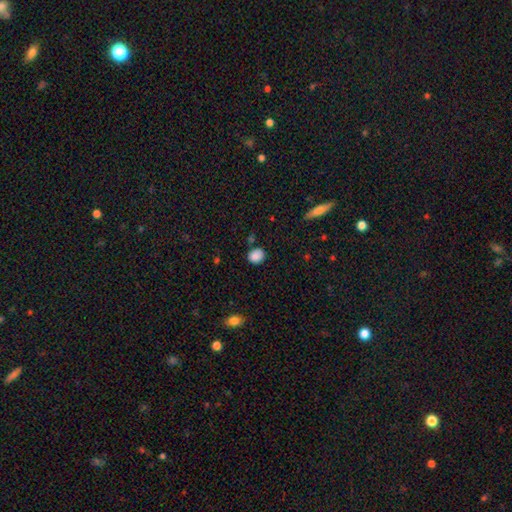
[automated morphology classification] smooth_or_featured: smooth (p=0.87) [alt: star or artifact p=0.09]
how_rounded: round (p=0.72) [alt: in between p=0.27]
merging: none (p=0.79) [alt: minor disturbance p=0.13]